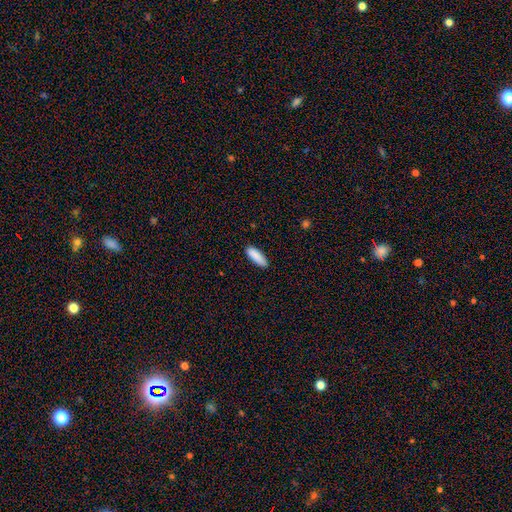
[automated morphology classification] smooth-or-featured: smooth: 89% | star or artifact: 6% | featured or disk: 4%
  how-rounded: in between: 55% | cigar-shaped: 43% | round: 2%
  merging: none: 87% | minor disturbance: 10% | major disturbance: 2% | merger: 1%